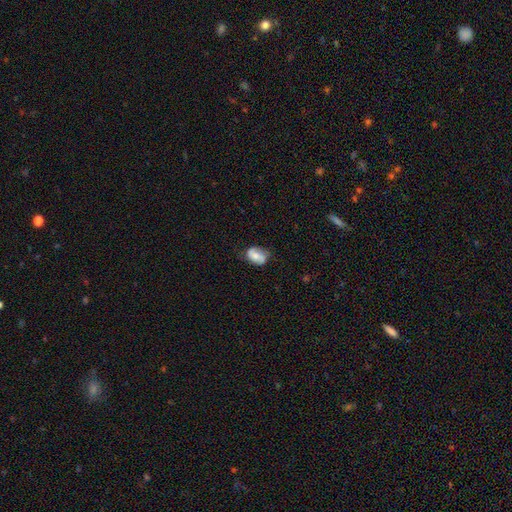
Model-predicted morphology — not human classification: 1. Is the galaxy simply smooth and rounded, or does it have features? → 47% smooth, 45% featured or disk, 8% star or artifact.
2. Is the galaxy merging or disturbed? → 57% none, 30% minor disturbance, 11% major disturbance, 2% merger.